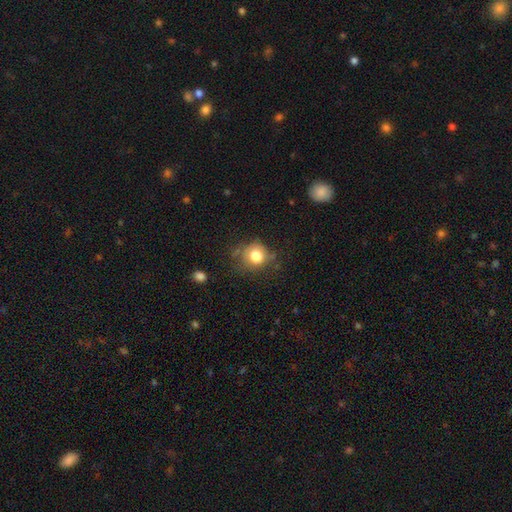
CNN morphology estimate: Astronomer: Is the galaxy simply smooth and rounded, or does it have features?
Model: smooth — 78%.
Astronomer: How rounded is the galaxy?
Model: round — 82%.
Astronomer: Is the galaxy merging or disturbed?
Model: none — 62%.